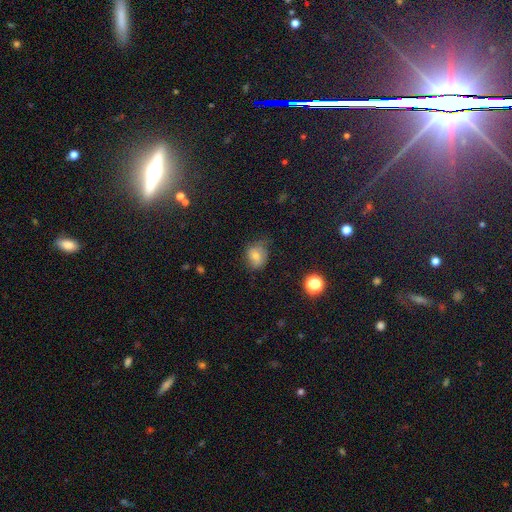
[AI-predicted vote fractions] A smooth galaxy with no disk features (69%) that is round (57%). Merging: none (54%).